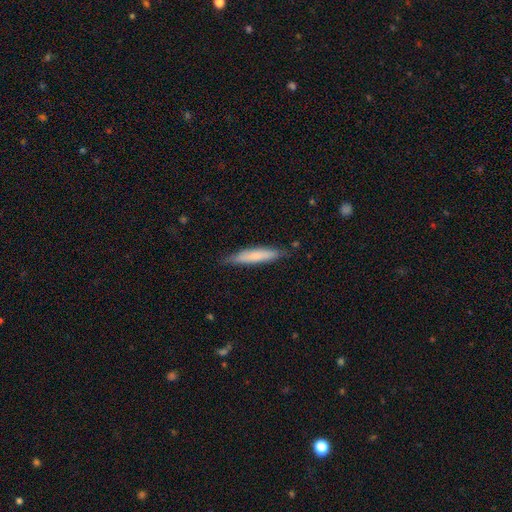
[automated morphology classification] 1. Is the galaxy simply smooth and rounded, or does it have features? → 71% smooth, 23% featured or disk, 6% star or artifact.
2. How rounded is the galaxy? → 89% cigar-shaped, 10% in between, 1% round.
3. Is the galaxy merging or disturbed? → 80% none, 16% minor disturbance, 3% major disturbance, 1% merger.